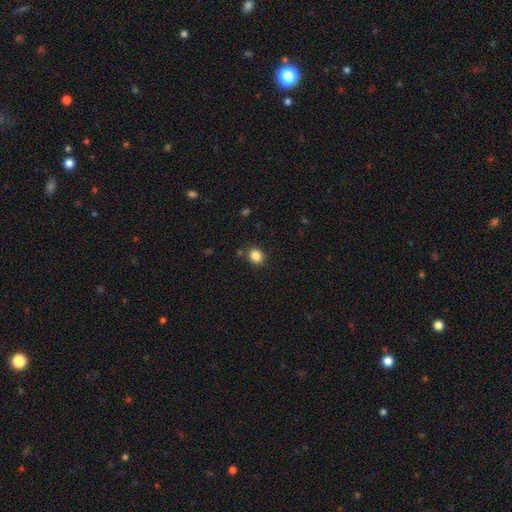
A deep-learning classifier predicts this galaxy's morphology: Smooth or featured: smooth — 85% (star or artifact — 11%)
How rounded: round — 69% (in between — 30%)
Merging: none — 87% (minor disturbance — 8%)